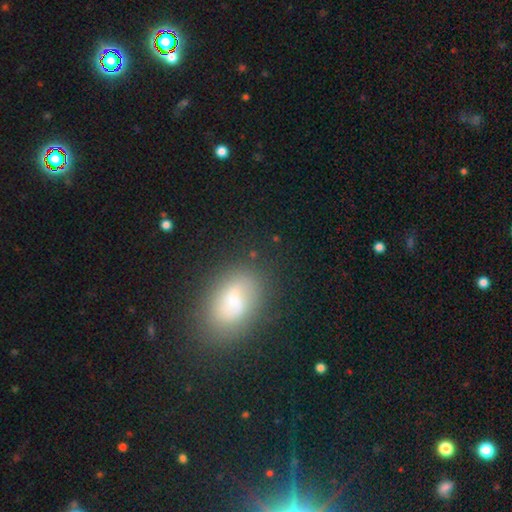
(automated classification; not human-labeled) This is possibly a smooth galaxy (55%). How rounded: clearly in between (83%). Merging: clearly none (83%).